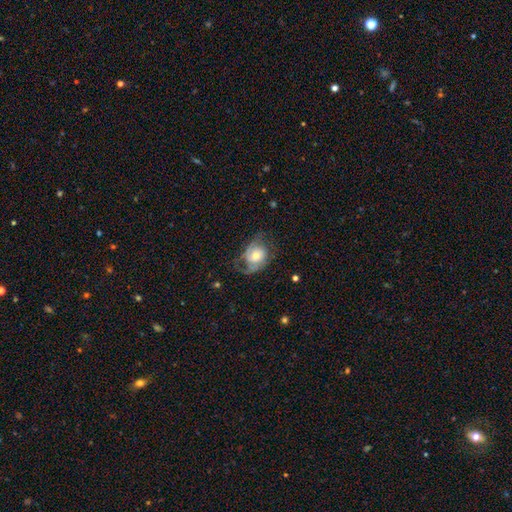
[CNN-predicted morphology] Smooth or featured: featured or disk — 69% (smooth — 24%)
Edge-on disk: no — 97% (yes — 3%)
Bar: no — 73% (weak — 22%)
Spiral arms: yes — 86% (no — 14%)
Spiral winding: medium — 43% (loose — 32%)
Spiral arm count: 2 — 72% (can't tell — 11%)
Bulge size: moderate — 52% (small — 35%)
Merging: none — 55% (minor disturbance — 22%)